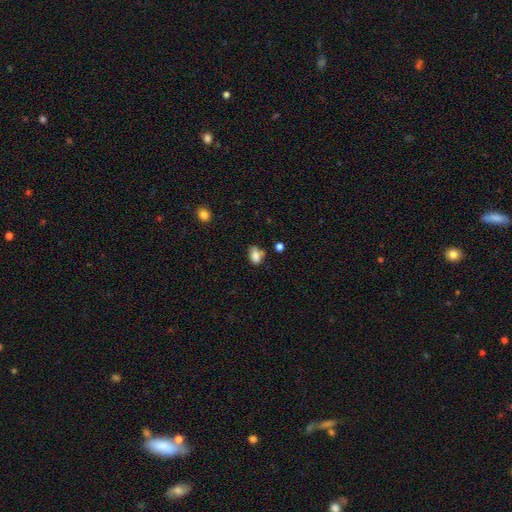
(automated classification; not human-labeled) The model was most divided on "merging": none: 45%, minor disturbance: 24%, merger: 22%, major disturbance: 9%. More confident: how rounded — in between (80%); smooth or featured — smooth (76%).